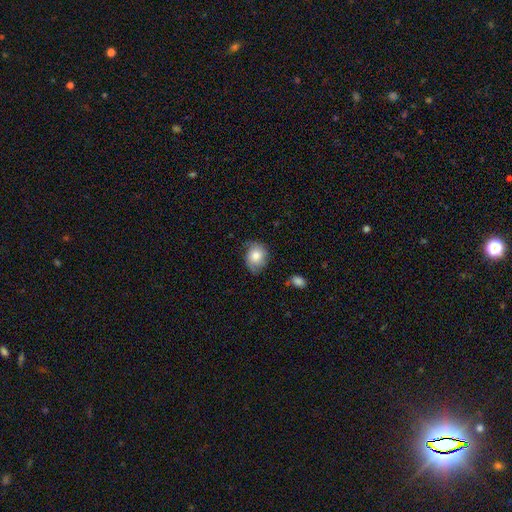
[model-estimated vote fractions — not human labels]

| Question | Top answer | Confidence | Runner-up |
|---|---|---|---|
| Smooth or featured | smooth | 77% | featured or disk (16%) |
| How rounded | round | 56% | in between (43%) |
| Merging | none | 61% | minor disturbance (30%) |